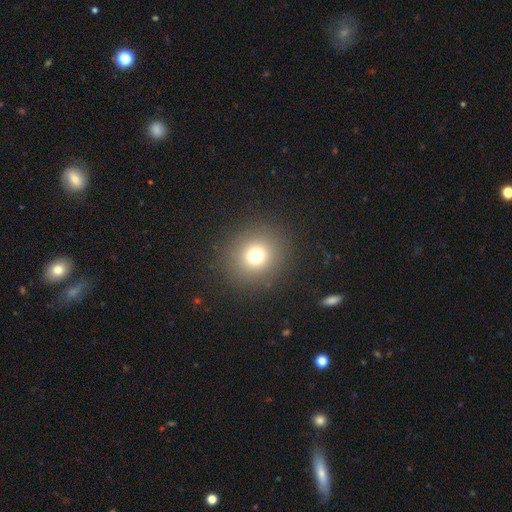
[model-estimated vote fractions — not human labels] smooth_or_featured: smooth (p=0.72) [alt: star or artifact p=0.17]
how_rounded: round (p=0.91) [alt: in between p=0.08]
merging: none (p=0.89) [alt: minor disturbance p=0.06]